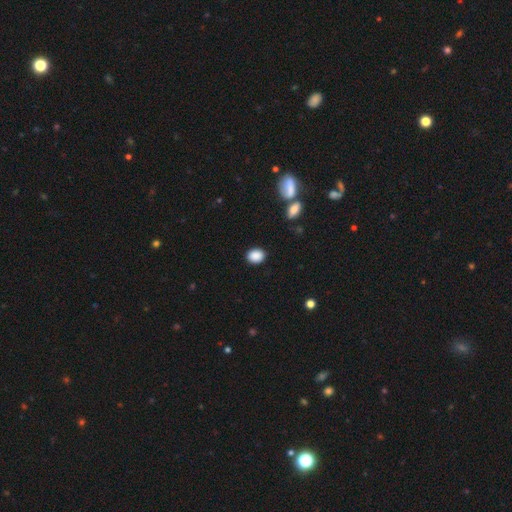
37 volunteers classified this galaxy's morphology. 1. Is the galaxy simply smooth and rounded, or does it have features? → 97% smooth, 3% star or artifact, 0% featured or disk.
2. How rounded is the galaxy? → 53% in between, 47% round, 0% cigar-shaped.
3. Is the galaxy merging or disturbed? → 94% none, 6% minor disturbance, 0% major disturbance, 0% merger.